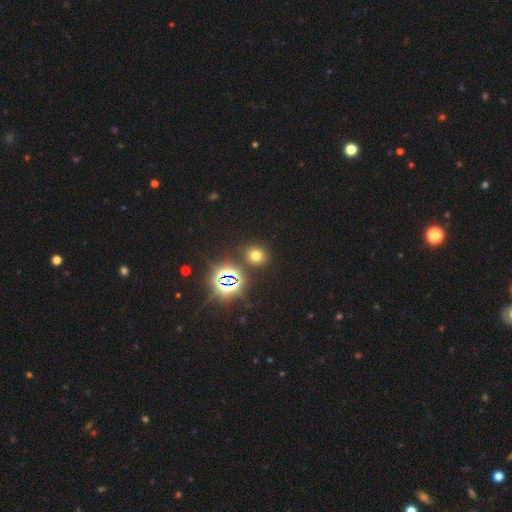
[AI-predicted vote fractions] smooth 62%, star or artifact 31%, featured or disk 7%. Down the decision tree: how rounded — round (85%); merging — none (87%).